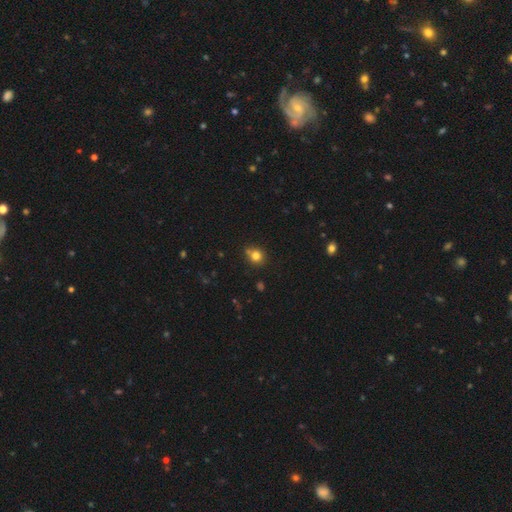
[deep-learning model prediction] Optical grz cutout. It shows a smooth galaxy with no disk features (80%) that is round (85%). Merging: none (67%).